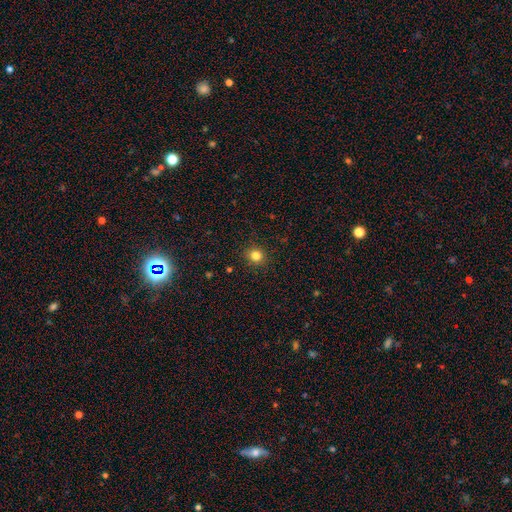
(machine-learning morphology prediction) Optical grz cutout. It shows a smooth galaxy with no disk features (82%) that is round (87%). Merging: none (91%).